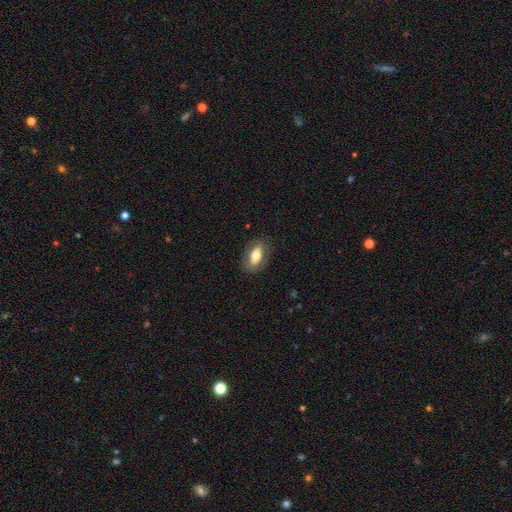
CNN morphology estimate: smooth_or_featured: smooth (p=0.66) [alt: featured or disk p=0.27]
how_rounded: in between (p=0.89) [alt: cigar-shaped p=0.06]
merging: none (p=0.82) [alt: minor disturbance p=0.12]